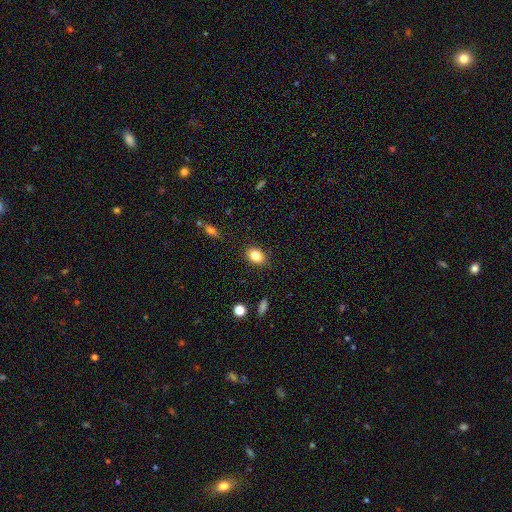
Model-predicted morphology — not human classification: Q: Smooth or featured?
A: smooth (83%); runner-up: star or artifact (9%)
Q: How rounded?
A: in between (74%); runner-up: round (25%)
Q: Merging?
A: none (84%); runner-up: minor disturbance (12%)